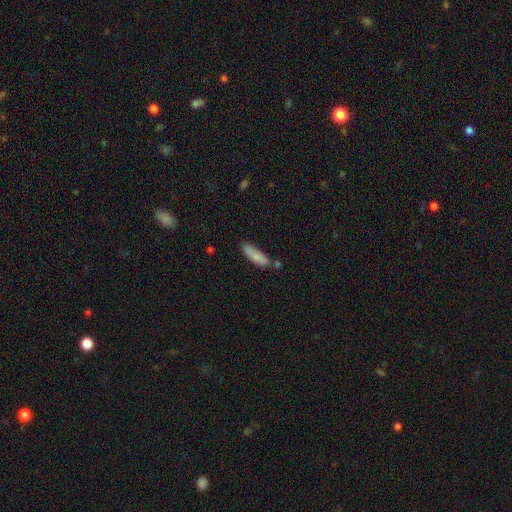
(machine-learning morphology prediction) Smooth or featured? Predicted: smooth (p=0.83). How rounded? Predicted: cigar-shaped (p=0.58). Merging? Predicted: none (p=0.63).